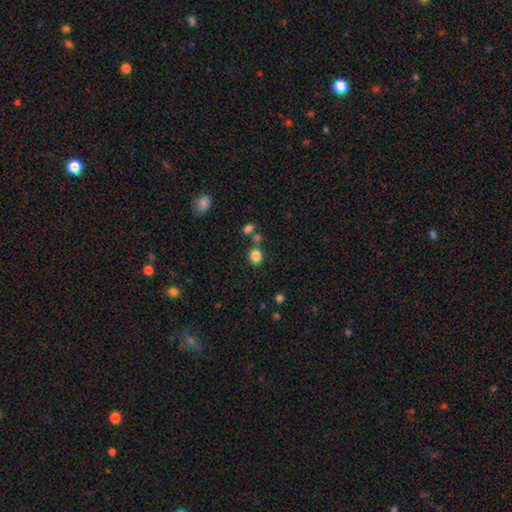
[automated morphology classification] Smooth or featured?
  - smooth: 84% *
  - star or artifact: 11%
  - featured or disk: 4%
How rounded?
  - round: 79% *
  - in between: 20%
  - cigar-shaped: 1%
Merging?
  - none: 75% *
  - merger: 12%
  - minor disturbance: 9%
  - major disturbance: 4%